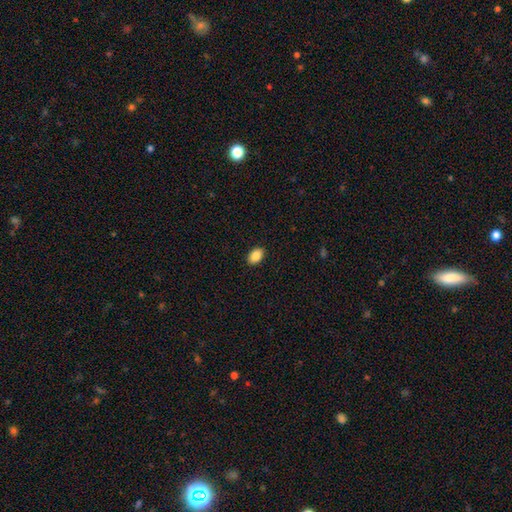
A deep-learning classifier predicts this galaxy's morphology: smooth_or_featured: smooth (p=0.87) [alt: star or artifact p=0.08]
how_rounded: in between (p=0.86) [alt: round p=0.13]
merging: none (p=0.90) [alt: minor disturbance p=0.07]